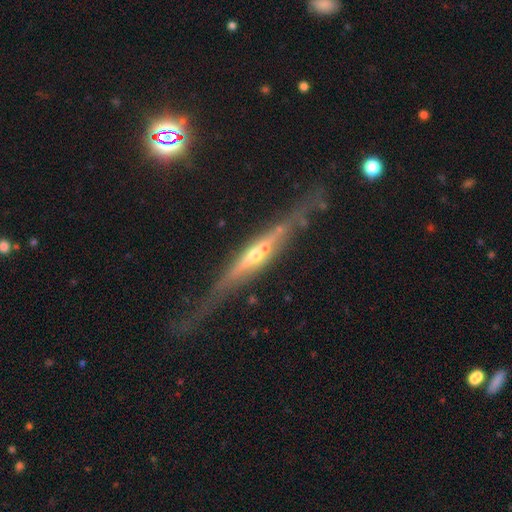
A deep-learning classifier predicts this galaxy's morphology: featured or disk 79%, smooth 14%, star or artifact 7%. Down the decision tree: edge-on disk — yes (94%); edge-on bulge — rounded (86%); merging — none (68%).